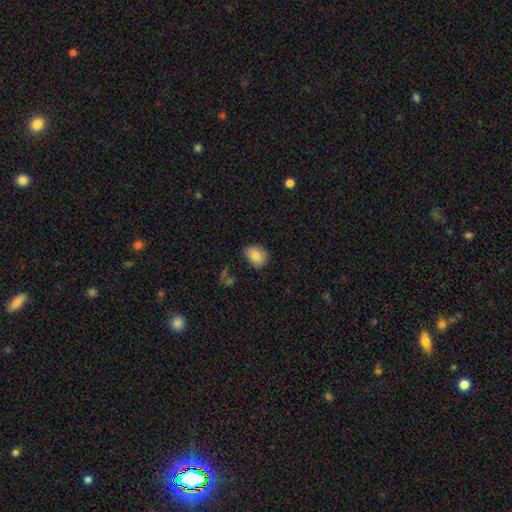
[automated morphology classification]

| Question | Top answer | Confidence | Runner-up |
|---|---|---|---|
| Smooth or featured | smooth | 82% | featured or disk (10%) |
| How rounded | in between | 54% | round (45%) |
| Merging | none | 70% | minor disturbance (23%) |